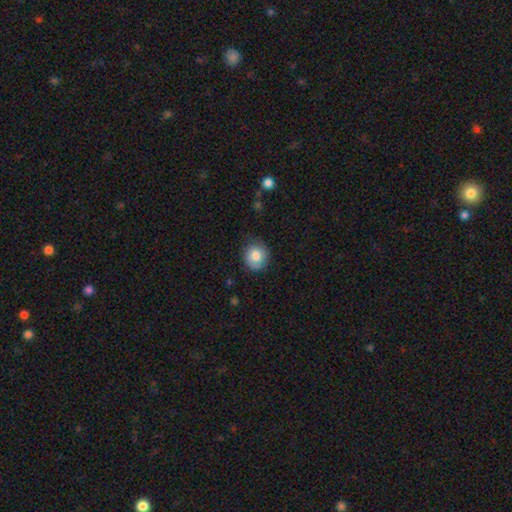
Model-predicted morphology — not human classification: Smooth or featured? Predicted: smooth (p=0.76). How rounded? Predicted: round (p=0.79). Merging? Predicted: none (p=0.74).